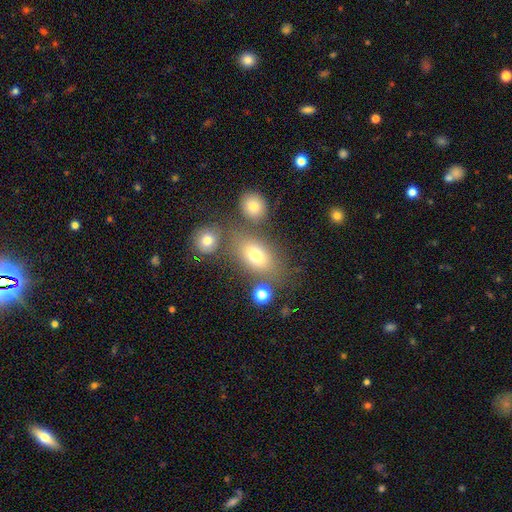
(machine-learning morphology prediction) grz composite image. It shows a smooth galaxy with no disk features (72%) that is in between round and cigar-shaped (79%). Merging: none (64%).